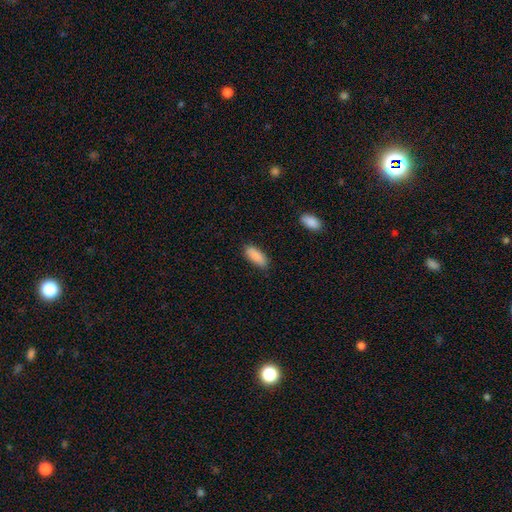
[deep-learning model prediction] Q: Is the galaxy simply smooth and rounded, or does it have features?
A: smooth — 89%.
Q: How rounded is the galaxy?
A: in between — 72%.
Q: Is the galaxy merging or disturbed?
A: none — 85%.